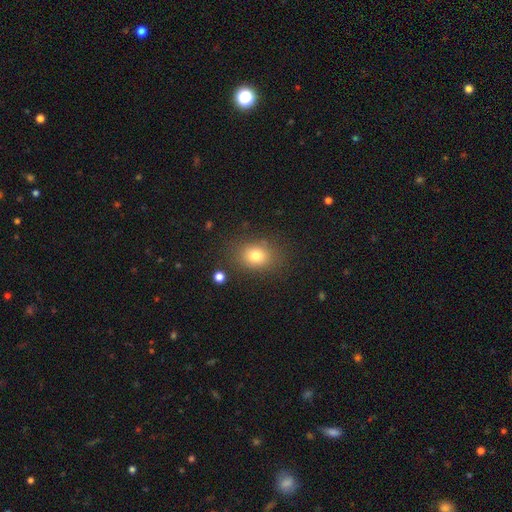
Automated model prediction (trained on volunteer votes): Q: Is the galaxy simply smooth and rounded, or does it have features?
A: smooth — 78%.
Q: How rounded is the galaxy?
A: in between — 52%.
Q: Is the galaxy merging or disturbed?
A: none — 81%.